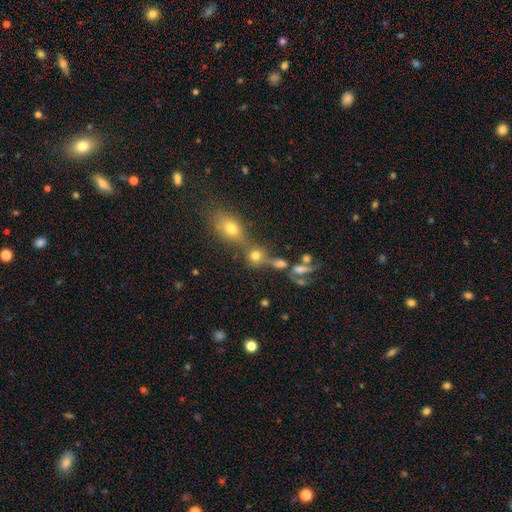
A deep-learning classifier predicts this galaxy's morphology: smooth 71%, star or artifact 17%, featured or disk 12%. Down the decision tree: how rounded — round (77%); merging — none (43%).